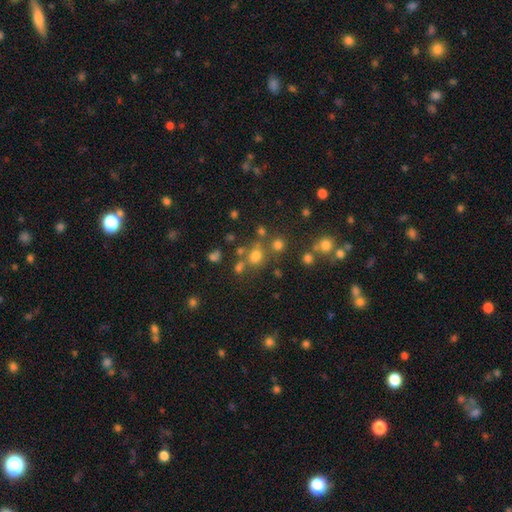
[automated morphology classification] The model was most divided on "merging": none: 62%, merger: 20%, minor disturbance: 12%, major disturbance: 7%. More confident: how rounded — round (74%); smooth or featured — smooth (66%).